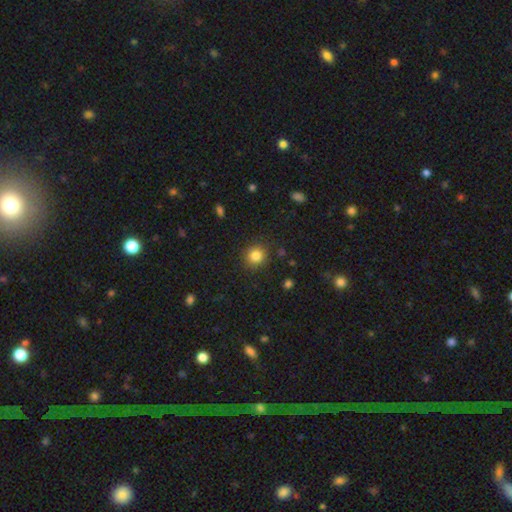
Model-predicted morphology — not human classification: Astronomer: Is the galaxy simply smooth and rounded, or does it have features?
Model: smooth — 83%.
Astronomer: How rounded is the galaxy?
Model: round — 87%.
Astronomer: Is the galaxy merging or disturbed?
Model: none — 88%.